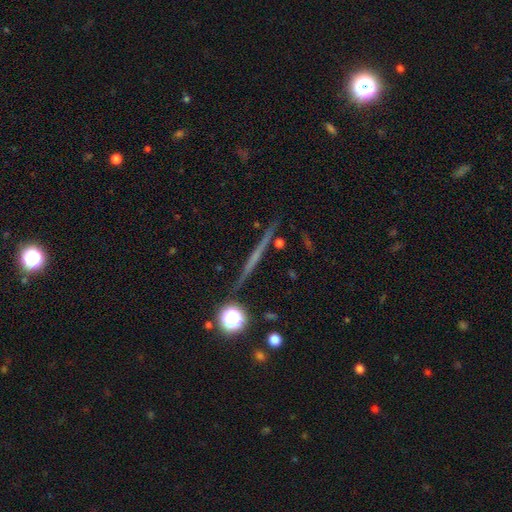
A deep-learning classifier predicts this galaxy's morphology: This appears to be a featured or disk galaxy (66%) viewed edge-on (97%) with no central bulge (72%). Merging: none (91%).